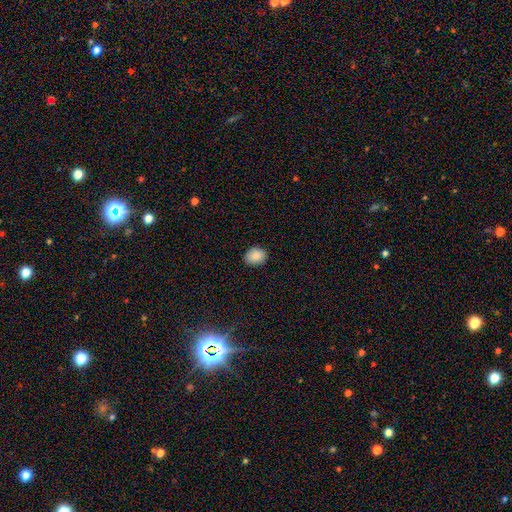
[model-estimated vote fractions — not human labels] Smooth or featured?
  - smooth: 88% *
  - star or artifact: 8%
  - featured or disk: 4%
How rounded?
  - in between: 56% *
  - round: 43%
  - cigar-shaped: 1%
Merging?
  - none: 87% *
  - minor disturbance: 10%
  - major disturbance: 2%
  - merger: 1%